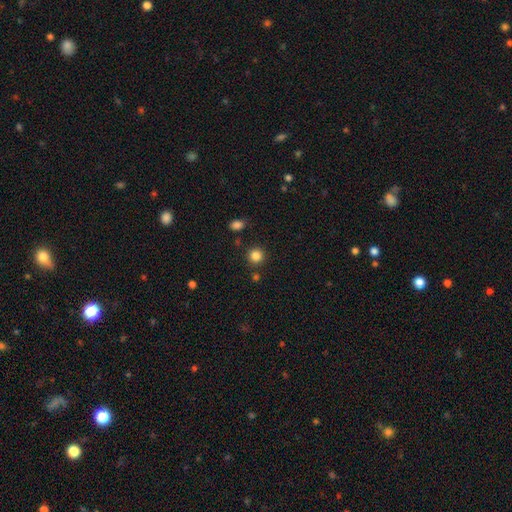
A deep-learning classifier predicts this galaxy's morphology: Smooth or featured: smooth — 85% (star or artifact — 12%)
How rounded: round — 94% (in between — 5%)
Merging: none — 87% (minor disturbance — 6%)